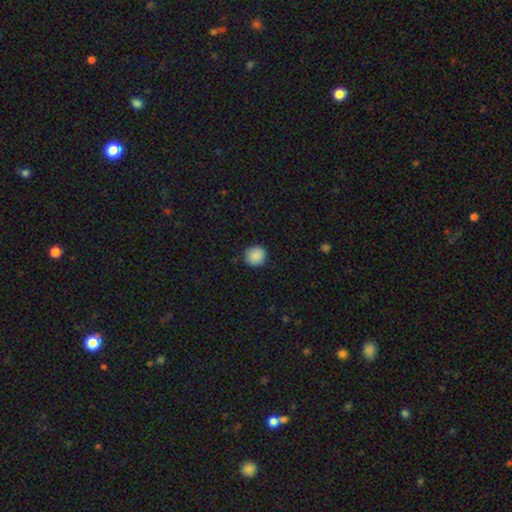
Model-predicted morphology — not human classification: smooth-or-featured: smooth: 89% | star or artifact: 8% | featured or disk: 3%
  how-rounded: round: 90% | in between: 9% | cigar-shaped: 1%
  merging: none: 89% | minor disturbance: 8% | major disturbance: 2% | merger: 1%